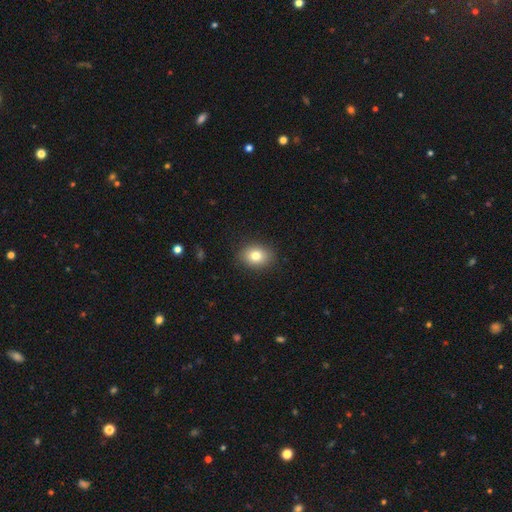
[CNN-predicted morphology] smooth 79%, featured or disk 11%, star or artifact 10%. Down the decision tree: how rounded — in between (57%); merging — none (89%).